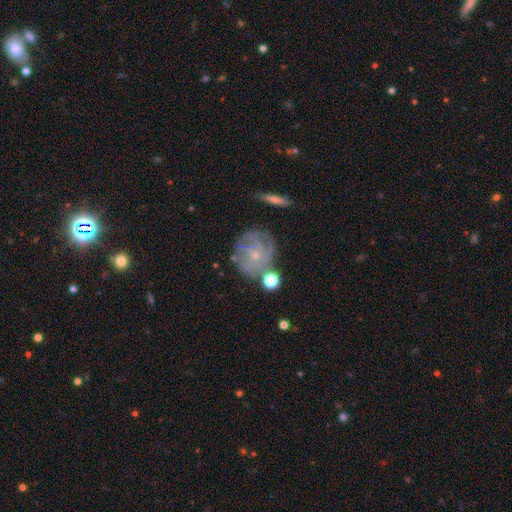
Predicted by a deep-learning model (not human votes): Smooth or featured? featured or disk (73%)
Edge-on disk? no (97%)
Bar? no (82%)
Spiral arms? yes (87%)
Spiral winding? tight (70%)
Spiral arm count? can't tell (43%)
Bulge size? small (79%)
Merging? none (67%)